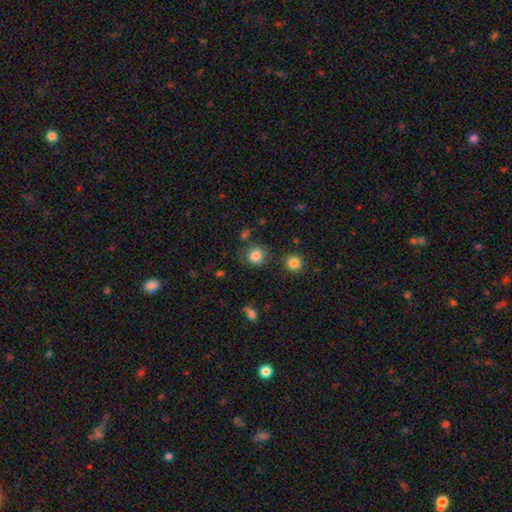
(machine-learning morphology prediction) Smooth or featured? Predicted: smooth (p=0.83). How rounded? Predicted: round (p=0.86). Merging? Predicted: none (p=0.75).